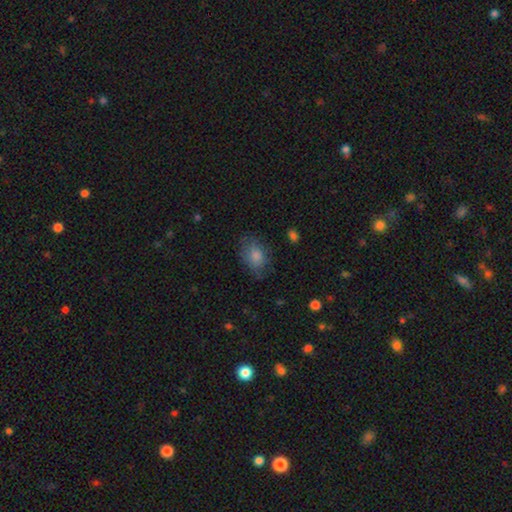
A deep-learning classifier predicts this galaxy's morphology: type=smooth (75%); roundness=in between (76%); merging=none (68%).